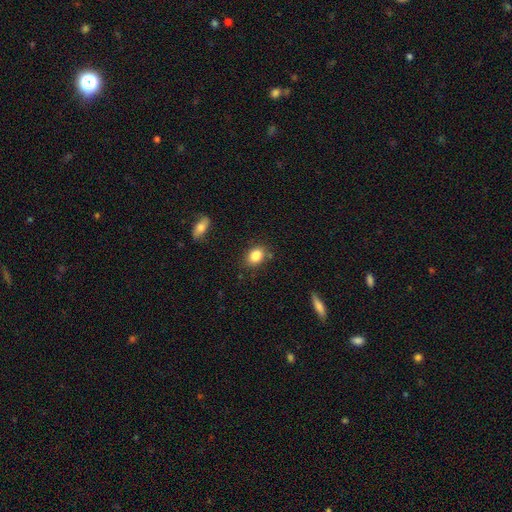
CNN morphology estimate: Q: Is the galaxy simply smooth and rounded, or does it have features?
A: smooth — 85%.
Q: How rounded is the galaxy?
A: in between — 69%.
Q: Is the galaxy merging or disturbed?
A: none — 80%.